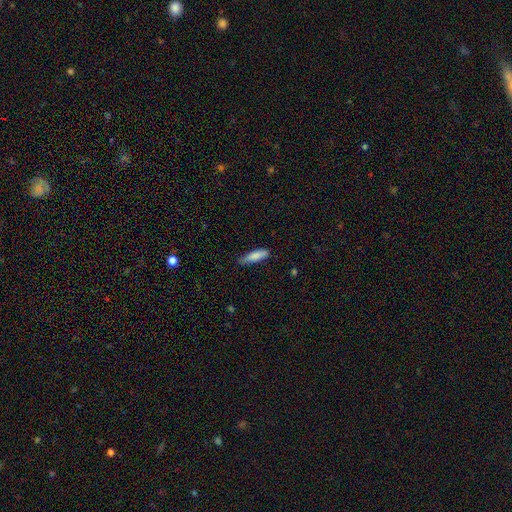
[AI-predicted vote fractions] A smooth galaxy with no disk features (84%) that is cigar-shaped (63%). Merging: none (69%).